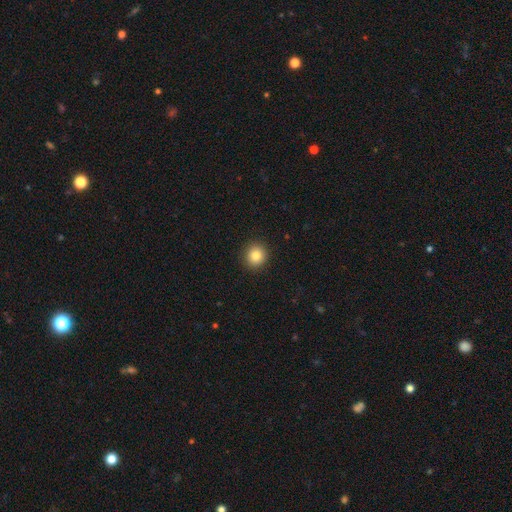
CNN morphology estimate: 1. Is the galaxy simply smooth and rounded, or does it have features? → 84% smooth, 10% star or artifact, 6% featured or disk.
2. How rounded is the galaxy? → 90% round, 9% in between, 1% cigar-shaped.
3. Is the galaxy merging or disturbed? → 92% none, 5% minor disturbance, 2% major disturbance, 1% merger.